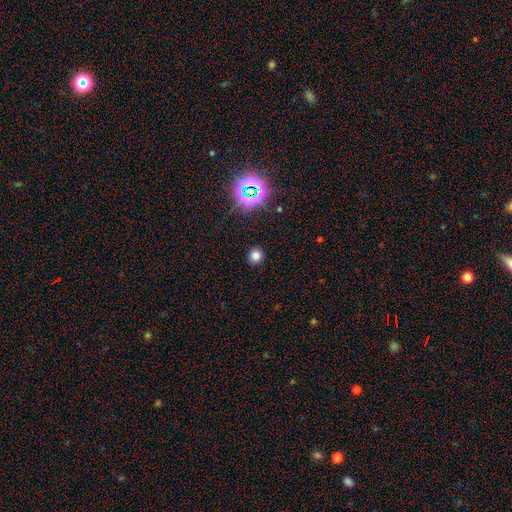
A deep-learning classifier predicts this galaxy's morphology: Q: Smooth or featured?
A: smooth (74%); runner-up: star or artifact (20%)
Q: How rounded?
A: round (90%); runner-up: in between (9%)
Q: Merging?
A: none (90%); runner-up: minor disturbance (6%)